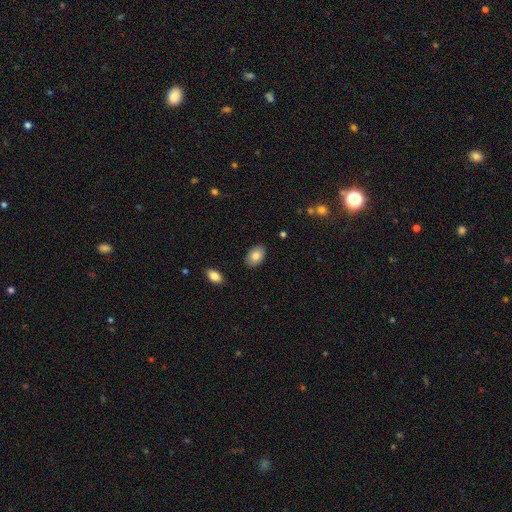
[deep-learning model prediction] Q: Smooth or featured?
A: smooth (84%); runner-up: featured or disk (9%)
Q: How rounded?
A: in between (89%); runner-up: round (10%)
Q: Merging?
A: none (87%); runner-up: minor disturbance (9%)